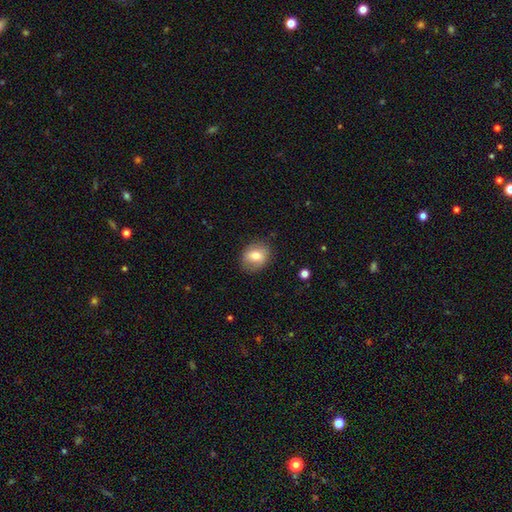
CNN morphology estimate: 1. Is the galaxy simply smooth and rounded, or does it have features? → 72% smooth, 20% featured or disk, 8% star or artifact.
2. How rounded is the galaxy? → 50% round, 49% in between, 1% cigar-shaped.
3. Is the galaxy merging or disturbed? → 82% none, 14% minor disturbance, 4% major disturbance, 1% merger.